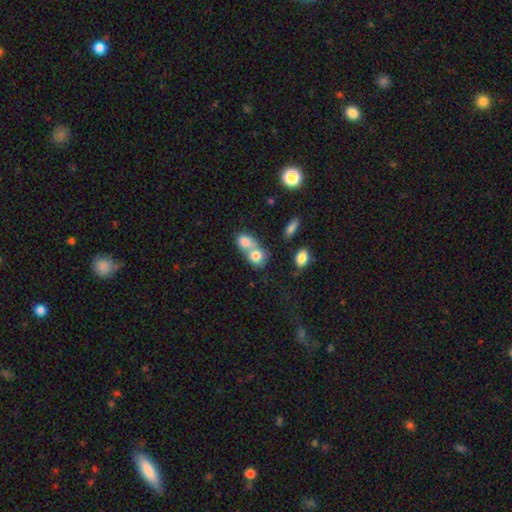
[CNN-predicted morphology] Smooth or featured: smooth — 77% (featured or disk — 13%)
How rounded: round — 59% (in between — 39%)
Merging: merger — 69% (none — 22%)